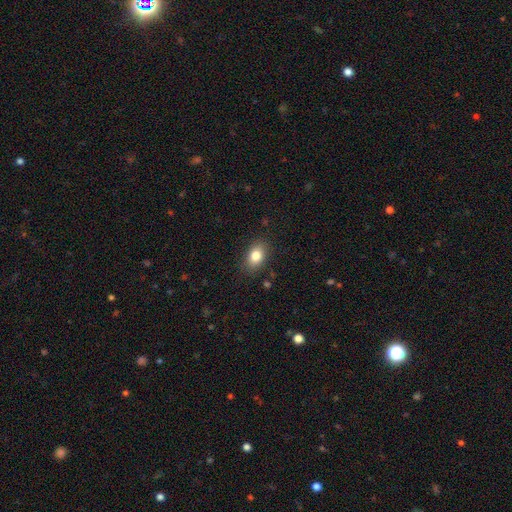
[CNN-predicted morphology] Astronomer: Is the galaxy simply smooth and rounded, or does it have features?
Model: smooth — 83%.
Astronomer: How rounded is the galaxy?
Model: in between — 83%.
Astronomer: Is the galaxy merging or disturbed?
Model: none — 86%.